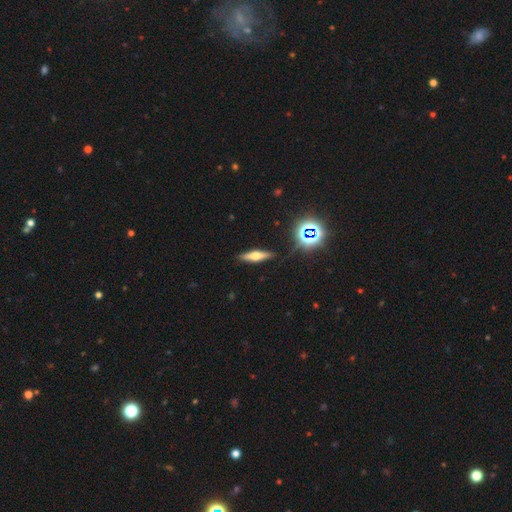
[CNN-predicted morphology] Smooth or featured? Predicted: featured or disk (p=0.52). Edge-on disk? Predicted: yes (p=0.92). Merging? Predicted: none (p=0.87).